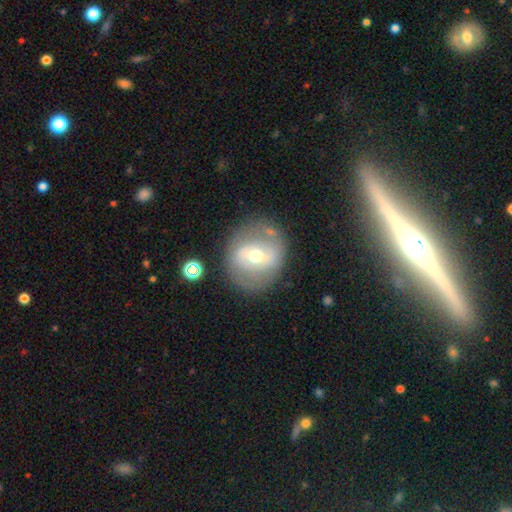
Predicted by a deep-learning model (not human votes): This is possibly a featured or disk galaxy (57%). It is clearly not viewed edge-on (95%). Bar: marginally weak (42%). Spiral arm pattern: possibly no (56%). Central bulge: likely moderate (69%). Merging: likely none (72%).